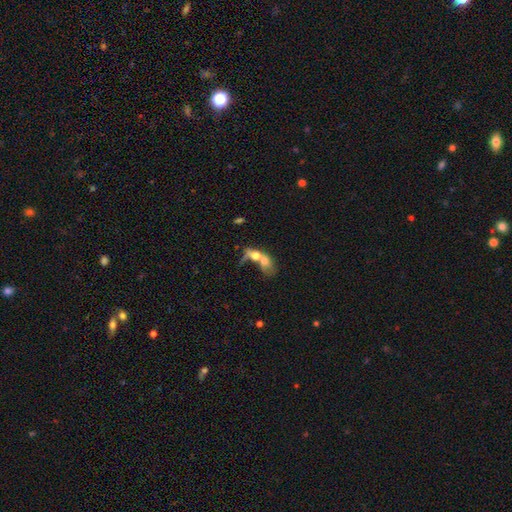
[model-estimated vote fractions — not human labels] Overall: smooth (57%; featured or disk 33%). How rounded: in between (63%; round 26%). Merging: merger (78%).